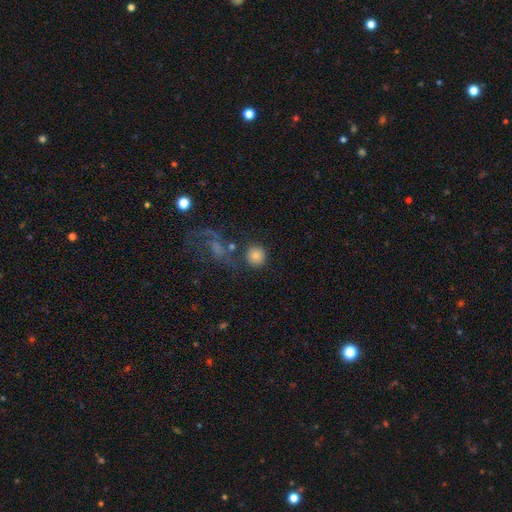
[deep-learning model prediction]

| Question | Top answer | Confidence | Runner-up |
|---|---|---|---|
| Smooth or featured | smooth | 82% | star or artifact (10%) |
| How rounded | round | 92% | in between (7%) |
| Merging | none | 74% | merger (11%) |